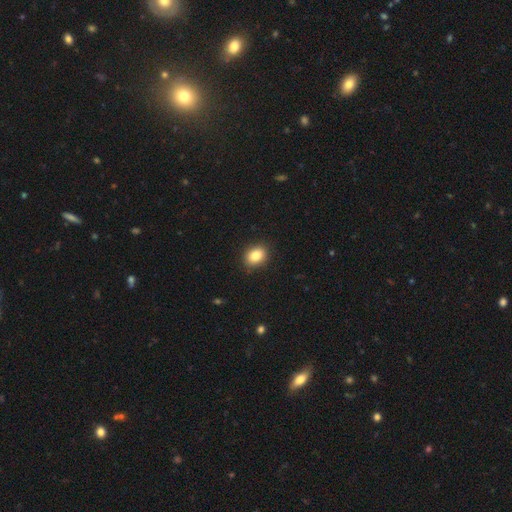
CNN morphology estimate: A smooth galaxy with no disk features (84%) that is in between round and cigar-shaped (59%). Merging: none (89%).